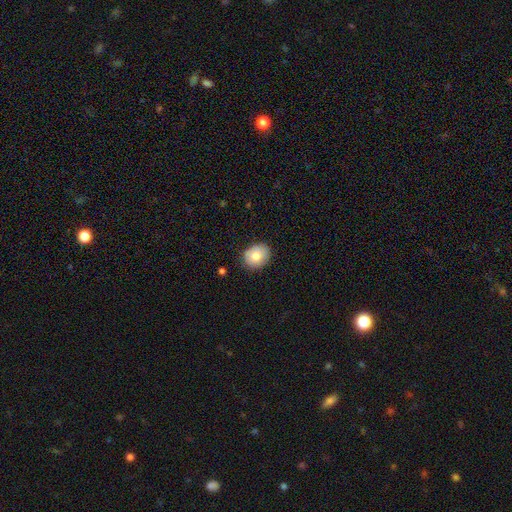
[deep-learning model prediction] The model was most divided on "how rounded": round: 60%, in between: 39%, cigar-shaped: 1%. More confident: merging — none (83%); smooth or featured — smooth (77%).